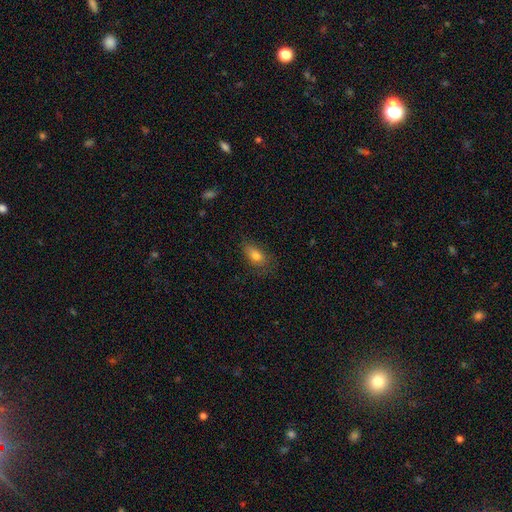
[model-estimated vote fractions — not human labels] Smooth or featured?
  - smooth: 79% *
  - featured or disk: 11%
  - star or artifact: 10%
How rounded?
  - in between: 85% *
  - round: 8%
  - cigar-shaped: 7%
Merging?
  - none: 69% *
  - minor disturbance: 22%
  - major disturbance: 7%
  - merger: 1%